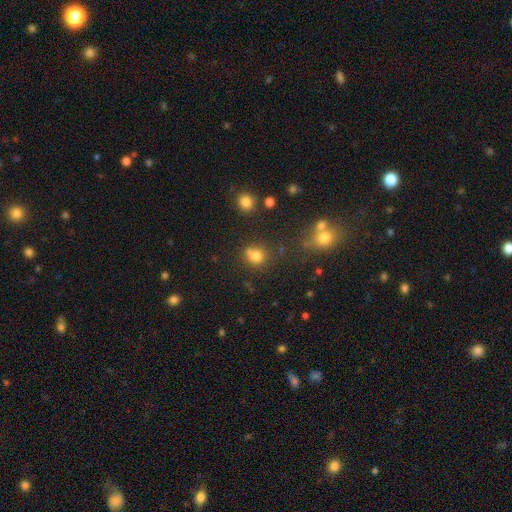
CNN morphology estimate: Smooth or featured: smooth — 76% (star or artifact — 15%)
How rounded: round — 77% (in between — 22%)
Merging: none — 57% (merger — 23%)